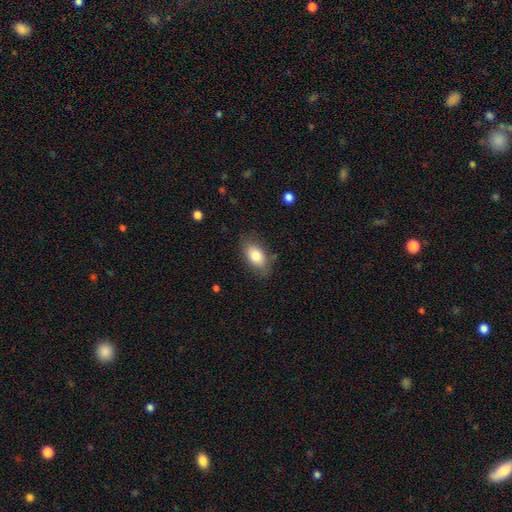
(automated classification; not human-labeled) Smooth or featured? Predicted: smooth (p=0.80). How rounded? Predicted: in between (p=0.90). Merging? Predicted: none (p=0.78).